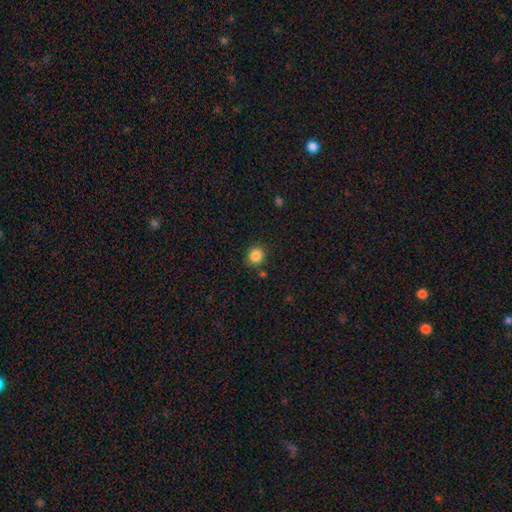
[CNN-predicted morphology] Smooth or featured? Predicted: smooth (p=0.85). How rounded? Predicted: round (p=0.85). Merging? Predicted: none (p=0.87).